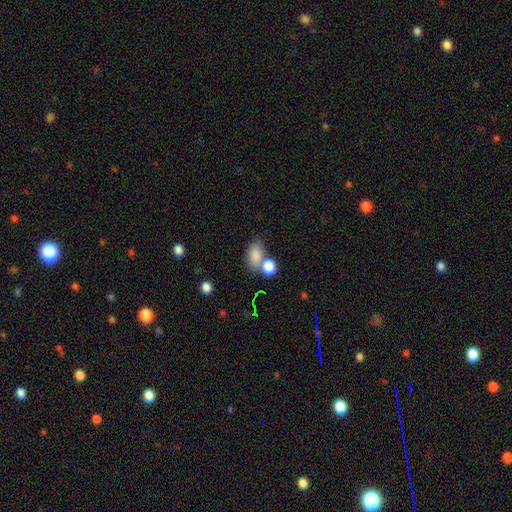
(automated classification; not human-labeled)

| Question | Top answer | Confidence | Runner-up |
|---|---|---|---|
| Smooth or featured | smooth | 83% | star or artifact (9%) |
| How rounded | in between | 84% | round (14%) |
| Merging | none | 48% | merger (34%) |